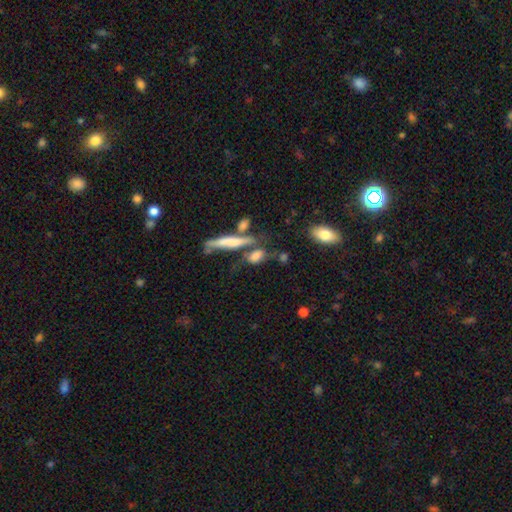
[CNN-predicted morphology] A smooth galaxy with no disk features (64%) that is in between round and cigar-shaped (53%).

Vote fractions:
- Smooth or featured? smooth: 64% / featured or disk: 25% / star or artifact: 11%
- How rounded? in between: 53% / cigar-shaped: 37% / round: 10%
- Merging? none: 43% / merger: 29% / minor disturbance: 17% / major disturbance: 11%